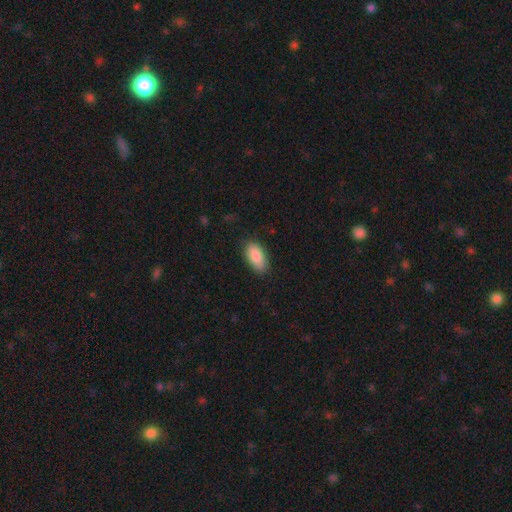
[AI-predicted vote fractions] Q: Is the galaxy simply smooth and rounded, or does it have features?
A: smooth — 89%.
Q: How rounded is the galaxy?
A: in between — 92%.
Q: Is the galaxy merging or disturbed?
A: none — 85%.